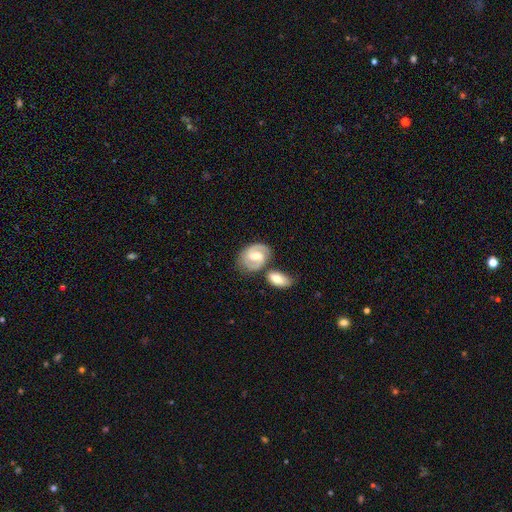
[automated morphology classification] A featured or disk galaxy (79%) with a weak bar (52%), 2 (88%) medium (51%) spiral arms (93%) and a moderate central bulge (63%).

Vote fractions:
- Smooth or featured? featured or disk: 79% / smooth: 16% / star or artifact: 5%
- Edge-on disk? no: 97% / yes: 3%
- Bar? weak: 52% / strong: 30% / no: 19%
- Spiral arms? yes: 93% / no: 7%
- Spiral winding? medium: 51% / tight: 35% / loose: 14%
- Spiral arm count? 2: 88% / can't tell: 5% / 1: 4% / 3: 1% / 4: 1% / more than 4: 1%
- Bulge size? moderate: 63% / small: 25% / large: 7% / none: 3% / dominant: 1%
- Merging? none: 61% / merger: 20% / minor disturbance: 15% / major disturbance: 5%